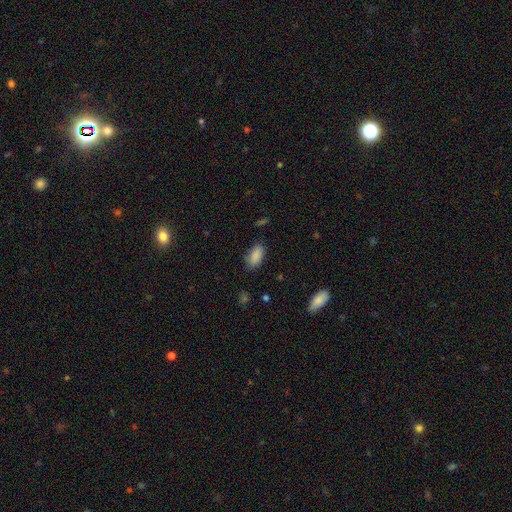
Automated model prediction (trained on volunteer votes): Smooth or featured?
  - smooth: 88% *
  - star or artifact: 8%
  - featured or disk: 5%
How rounded?
  - in between: 93% *
  - cigar-shaped: 4%
  - round: 3%
Merging?
  - none: 80% *
  - minor disturbance: 15%
  - major disturbance: 4%
  - merger: 2%